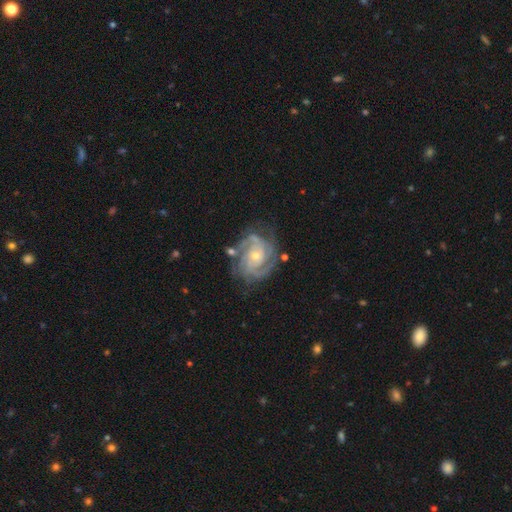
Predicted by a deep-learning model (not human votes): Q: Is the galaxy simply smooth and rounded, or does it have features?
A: featured or disk — 90%.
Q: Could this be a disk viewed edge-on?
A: no — 98%.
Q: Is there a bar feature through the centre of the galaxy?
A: no — 66%.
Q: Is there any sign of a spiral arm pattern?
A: yes — 98%.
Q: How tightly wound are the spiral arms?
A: tight — 65%.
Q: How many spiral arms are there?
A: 2 — 38%.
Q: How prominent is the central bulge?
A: small — 61%.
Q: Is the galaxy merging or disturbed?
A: none — 70%.